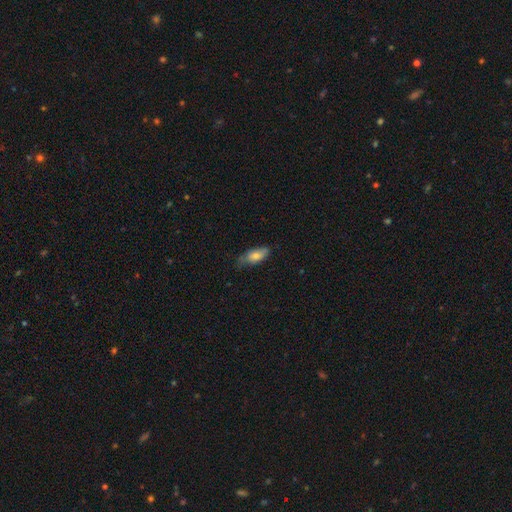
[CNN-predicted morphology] Smooth or featured: smooth — 74% (featured or disk — 19%)
How rounded: in between — 81% (cigar-shaped — 16%)
Merging: none — 62% (minor disturbance — 31%)